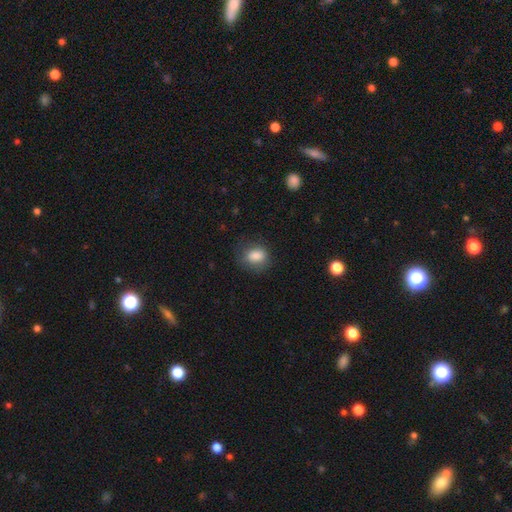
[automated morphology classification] smooth 84%, star or artifact 9%, featured or disk 8%. Down the decision tree: how rounded — in between (54%); merging — none (68%).